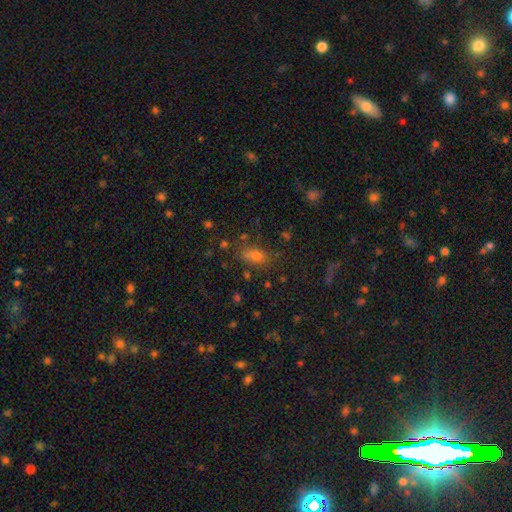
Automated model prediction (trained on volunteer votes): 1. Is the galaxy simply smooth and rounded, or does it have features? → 64% smooth, 25% star or artifact, 10% featured or disk.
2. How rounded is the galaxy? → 74% in between, 16% round, 10% cigar-shaped.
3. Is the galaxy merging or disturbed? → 65% none, 18% minor disturbance, 9% merger, 8% major disturbance.